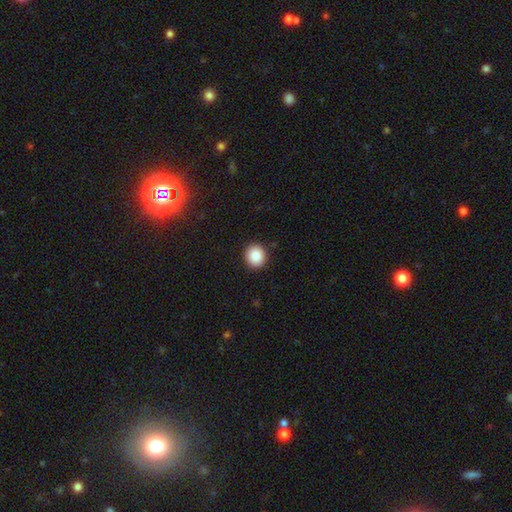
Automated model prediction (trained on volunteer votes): Smooth or featured? smooth (87%)
How rounded? round (87%)
Merging? none (92%)